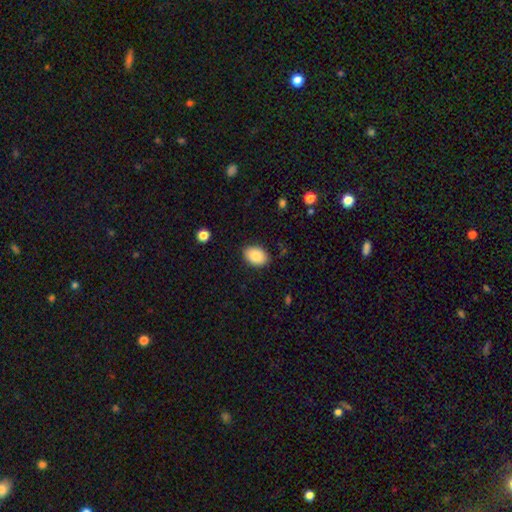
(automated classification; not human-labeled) A smooth galaxy with no disk features (85%) that is in between round and cigar-shaped (80%).

Vote fractions:
- Smooth or featured? smooth: 85% / featured or disk: 8% / star or artifact: 7%
- How rounded? in between: 80% / round: 19% / cigar-shaped: 1%
- Merging? none: 85% / minor disturbance: 11% / major disturbance: 2% / merger: 1%